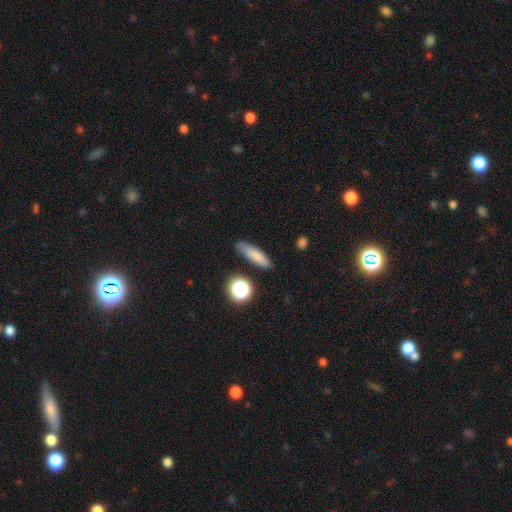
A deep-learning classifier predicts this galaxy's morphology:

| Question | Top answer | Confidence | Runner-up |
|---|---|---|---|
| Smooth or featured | smooth | 77% | featured or disk (13%) |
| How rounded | cigar-shaped | 62% | in between (32%) |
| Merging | none | 81% | minor disturbance (13%) |